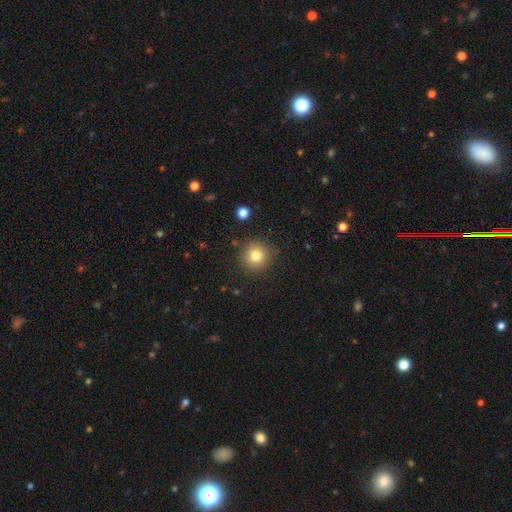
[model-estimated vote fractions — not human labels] smooth_or_featured: smooth (p=0.81) [alt: star or artifact p=0.12]
how_rounded: round (p=0.95) [alt: in between p=0.05]
merging: none (p=0.89) [alt: minor disturbance p=0.07]